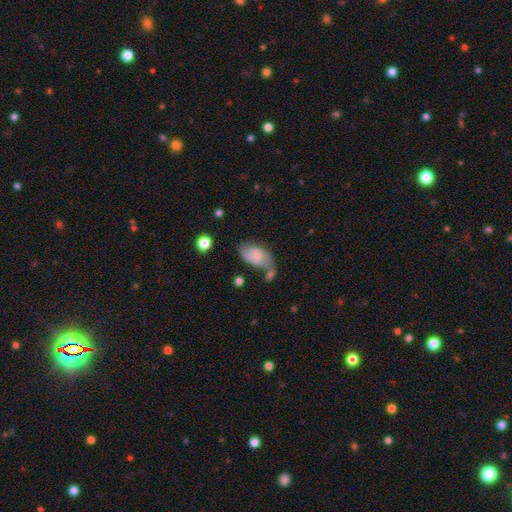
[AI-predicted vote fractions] Q: Smooth or featured?
A: smooth (46%); tied with: featured or disk (46%)
Q: Merging?
A: none (46%); runner-up: minor disturbance (25%)